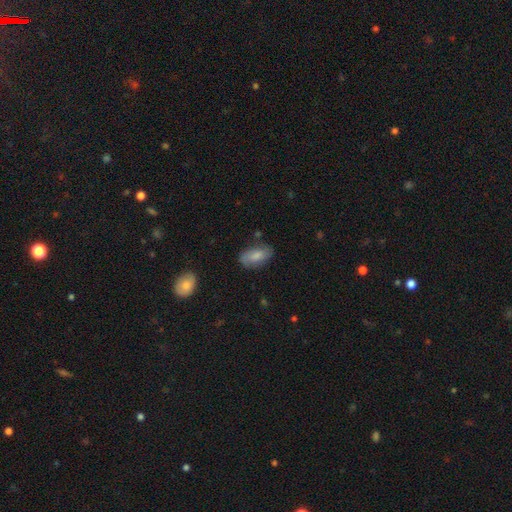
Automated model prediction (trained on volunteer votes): Morphology: type=smooth (74%); roundness=in between (91%); merging=none (75%).